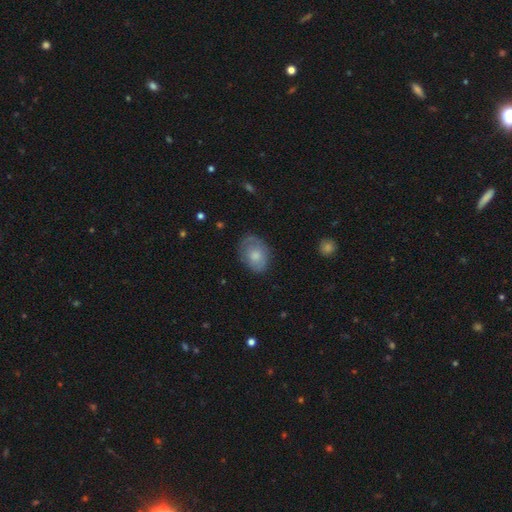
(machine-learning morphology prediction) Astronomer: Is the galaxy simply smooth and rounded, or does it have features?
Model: smooth — 63%.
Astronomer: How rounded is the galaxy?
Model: in between — 73%.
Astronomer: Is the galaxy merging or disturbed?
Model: none — 69%.